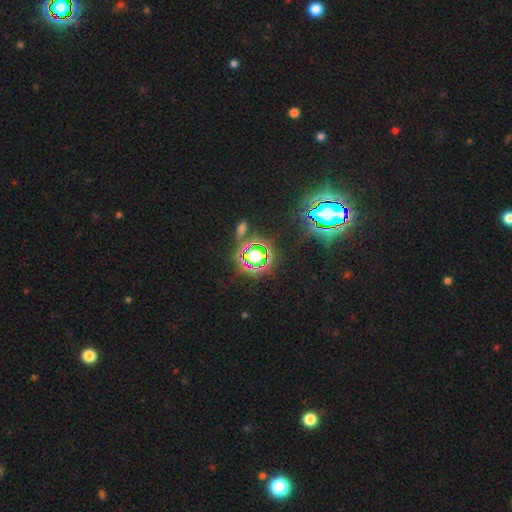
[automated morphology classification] star or artifact 67%, smooth 22%, featured or disk 11%.